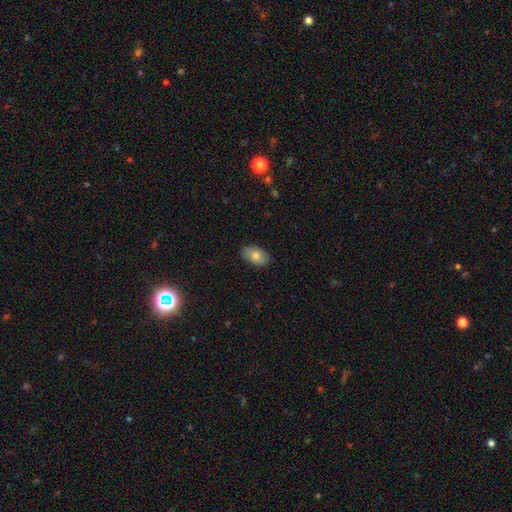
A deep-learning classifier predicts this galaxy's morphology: smooth_or_featured: smooth (p=0.79) [alt: featured or disk p=0.13]
how_rounded: in between (p=0.91) [alt: round p=0.07]
merging: none (p=0.87) [alt: minor disturbance p=0.10]